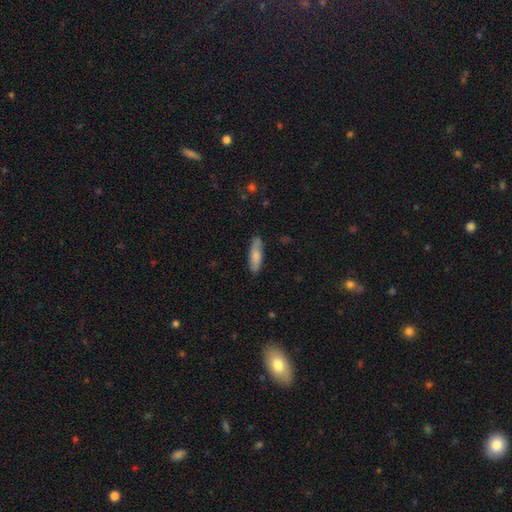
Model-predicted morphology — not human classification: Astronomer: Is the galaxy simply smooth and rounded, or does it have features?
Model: smooth — 78%.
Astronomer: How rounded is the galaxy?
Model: cigar-shaped — 55% (runner-up: in between, 43%).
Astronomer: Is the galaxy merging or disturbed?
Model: none — 82%.